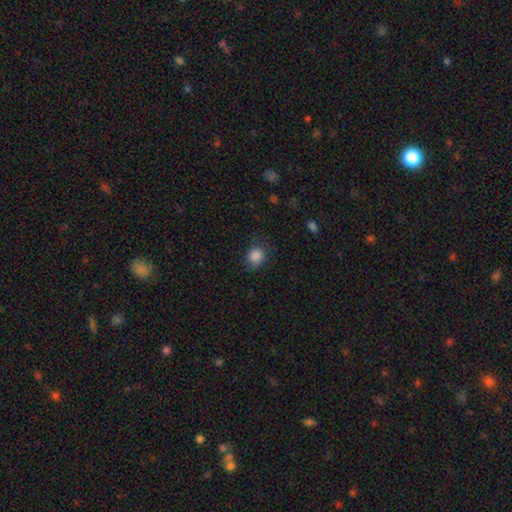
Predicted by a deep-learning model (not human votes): A smooth galaxy with no disk features (87%) that is round (78%). Merging: none (74%).